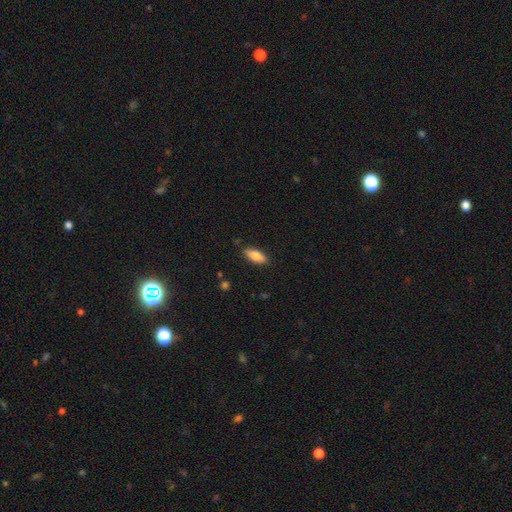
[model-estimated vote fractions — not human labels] The model was most divided on "how rounded": in between: 77%, cigar-shaped: 21%, round: 2%. More confident: merging — none (86%); smooth or featured — smooth (76%).